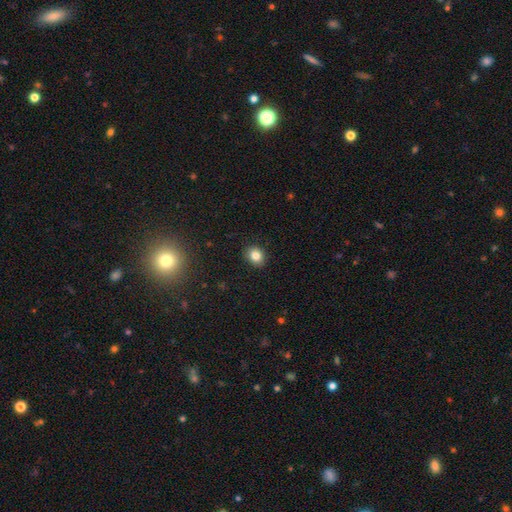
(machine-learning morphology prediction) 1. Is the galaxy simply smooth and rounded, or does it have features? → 82% smooth, 11% star or artifact, 7% featured or disk.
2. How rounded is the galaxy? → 58% round, 41% in between, 1% cigar-shaped.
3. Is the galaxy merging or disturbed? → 90% none, 7% minor disturbance, 2% major disturbance, 1% merger.